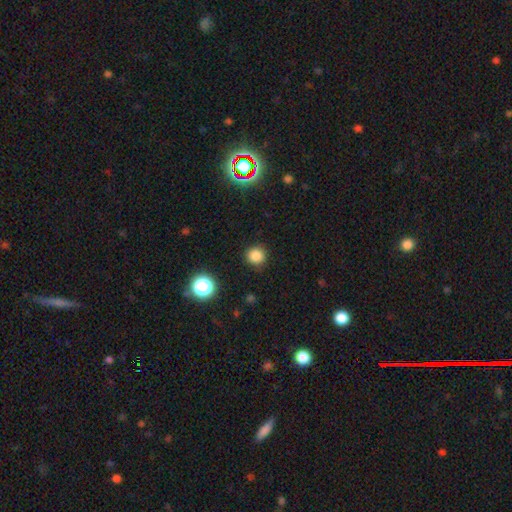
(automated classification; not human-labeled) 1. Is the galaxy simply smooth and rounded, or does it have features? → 82% smooth, 14% star or artifact, 4% featured or disk.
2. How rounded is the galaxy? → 94% round, 5% in between, 1% cigar-shaped.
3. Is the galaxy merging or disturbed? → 89% none, 7% minor disturbance, 2% major disturbance, 1% merger.